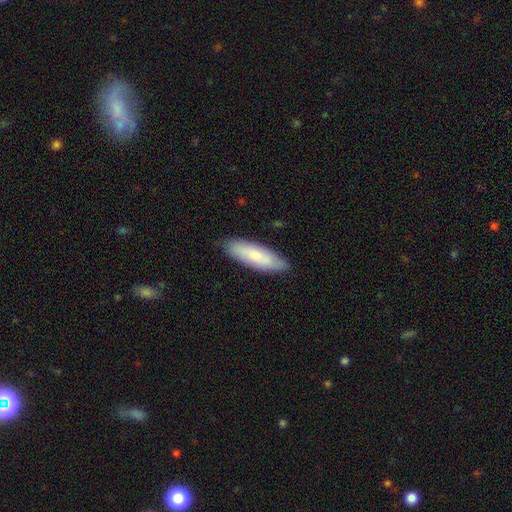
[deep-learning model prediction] smooth-or-featured: smooth: 78% | featured or disk: 17% | star or artifact: 6%
  how-rounded: in between: 50% | cigar-shaped: 48% | round: 2%
  merging: none: 86% | minor disturbance: 11% | major disturbance: 2% | merger: 1%